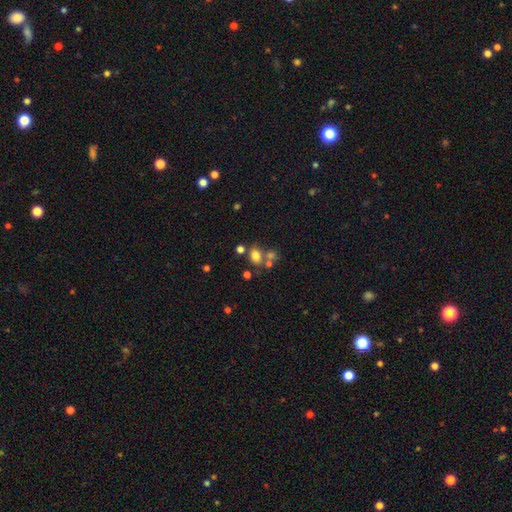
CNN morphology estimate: Smooth or featured?
  - smooth: 73% *
  - star or artifact: 15%
  - featured or disk: 12%
How rounded?
  - in between: 61% *
  - round: 38%
  - cigar-shaped: 1%
Merging?
  - none: 52% *
  - merger: 30%
  - minor disturbance: 12%
  - major disturbance: 6%